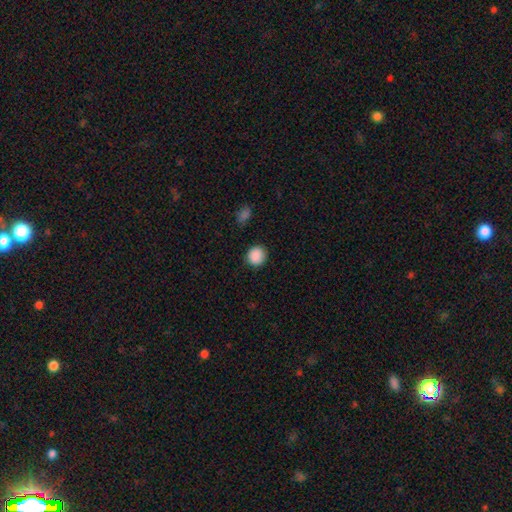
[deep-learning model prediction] Smooth or featured? smooth (89%)
How rounded? round (91%)
Merging? none (90%)